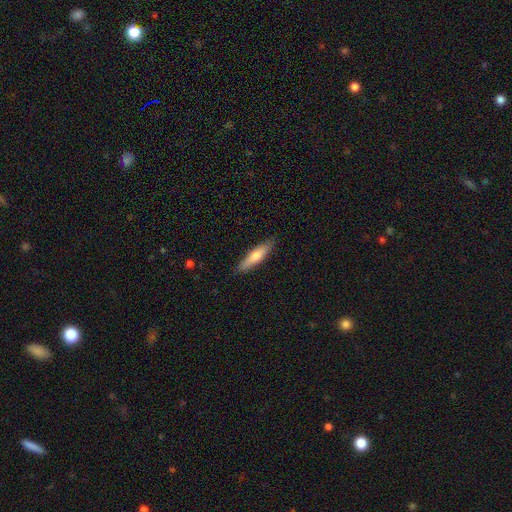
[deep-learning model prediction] This appears to be a smooth galaxy with no disk features (62%) that is cigar-shaped (80%). Merging: none (88%).